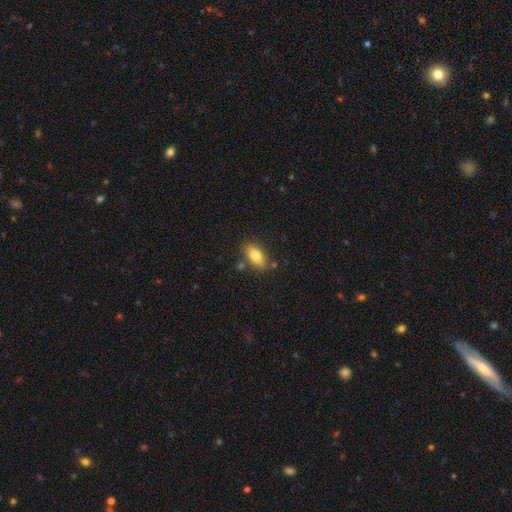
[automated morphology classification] A smooth galaxy with no disk features (80%) that is in between round and cigar-shaped (86%). Merging: none (79%).